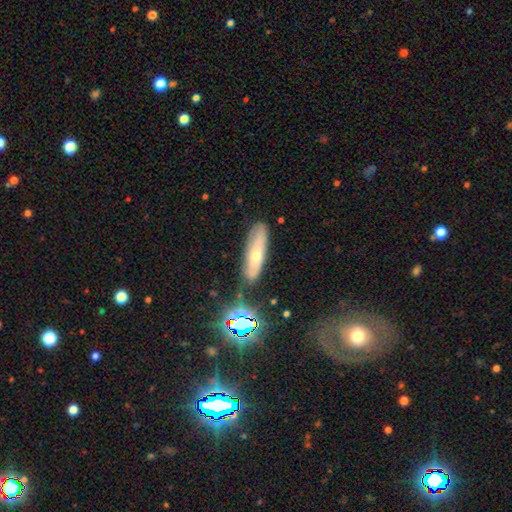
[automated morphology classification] A smooth galaxy with no disk features (44%). Merging: none (80%).